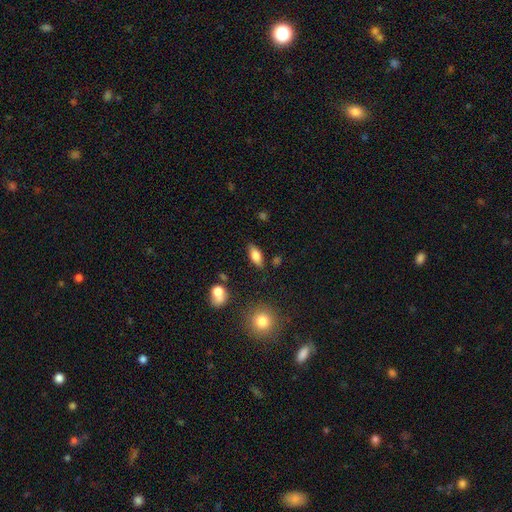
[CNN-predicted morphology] A smooth galaxy with no disk features (75%) that is in between round and cigar-shaped (82%). Merging: none (81%).